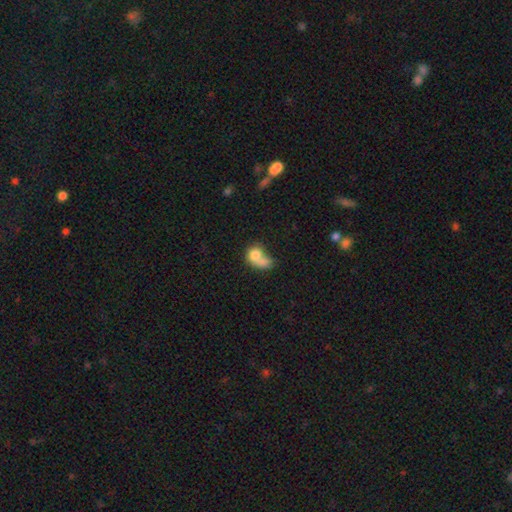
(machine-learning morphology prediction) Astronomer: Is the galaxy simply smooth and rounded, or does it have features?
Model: smooth — 75%.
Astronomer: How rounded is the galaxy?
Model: in between — 52% (runner-up: round, 46%).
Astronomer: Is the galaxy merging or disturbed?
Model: merger — 66%.